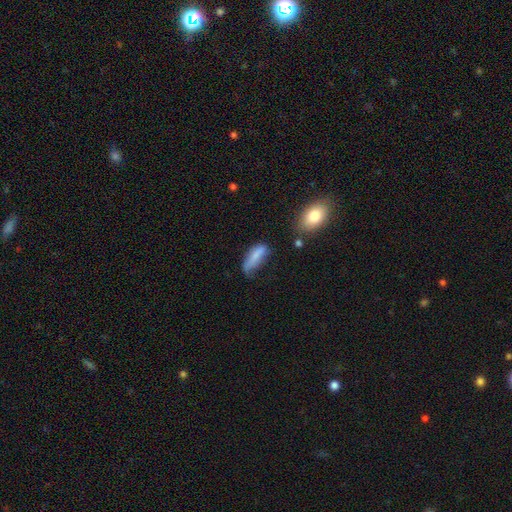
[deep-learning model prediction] This appears to be a smooth galaxy with no disk features (74%) that is in between round and cigar-shaped (55%). Merging: minor disturbance (38%).